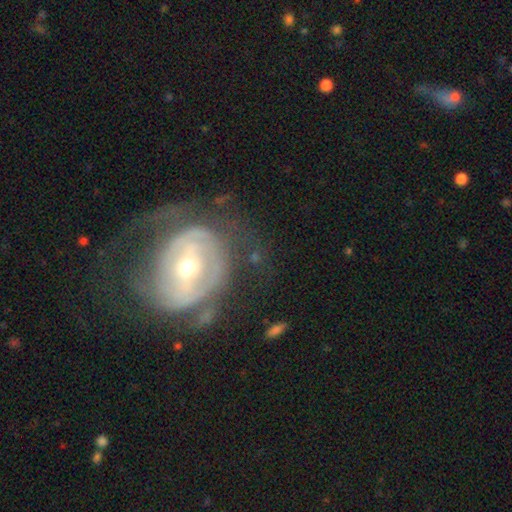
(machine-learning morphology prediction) Smooth or featured? featured or disk (78%)
Edge-on disk? no (96%)
Bar? weak (37%)
Spiral arms? yes (70%)
Spiral winding? tight (55%)
Spiral arm count? can't tell (39%)
Bulge size? moderate (52%)
Merging? none (44%)